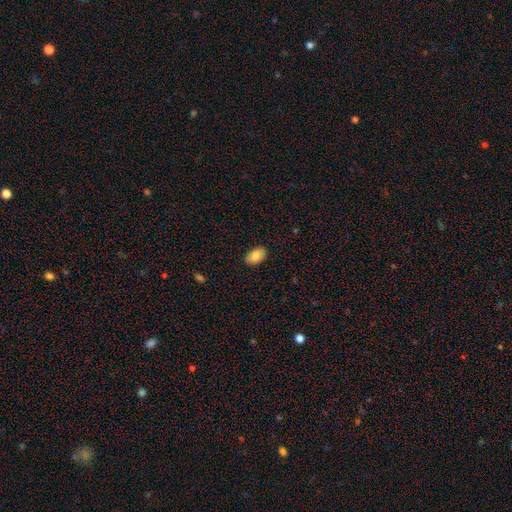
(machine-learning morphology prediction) The model was most divided on "smooth or featured": smooth: 85%, featured or disk: 8%, star or artifact: 7%. More confident: how rounded — in between (92%); merging — none (88%).